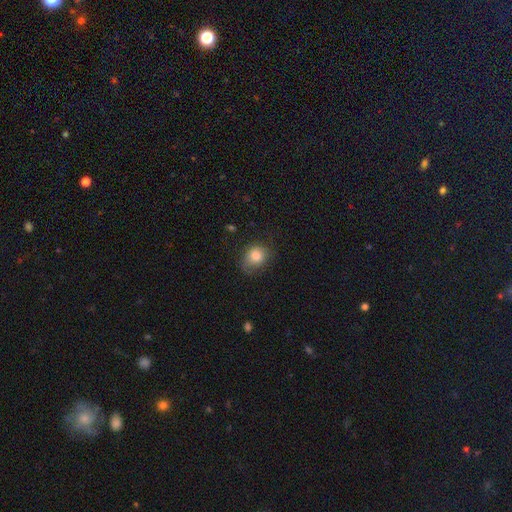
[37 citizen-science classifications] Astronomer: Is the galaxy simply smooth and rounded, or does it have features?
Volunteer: smooth — 84%.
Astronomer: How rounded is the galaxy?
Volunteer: round — 65%.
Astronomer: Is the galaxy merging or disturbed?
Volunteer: none — 66%.